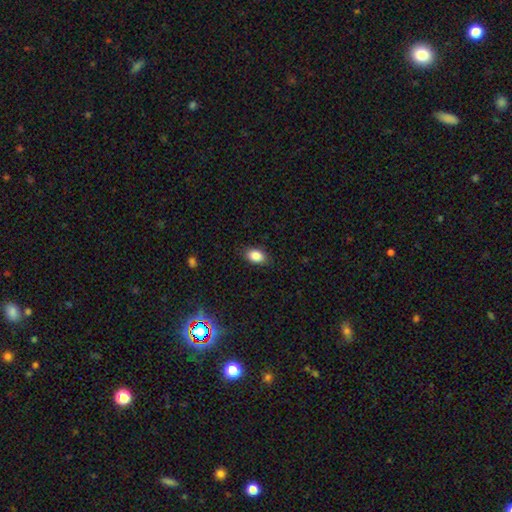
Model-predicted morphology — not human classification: Smooth or featured? smooth (86%)
How rounded? in between (86%)
Merging? none (85%)